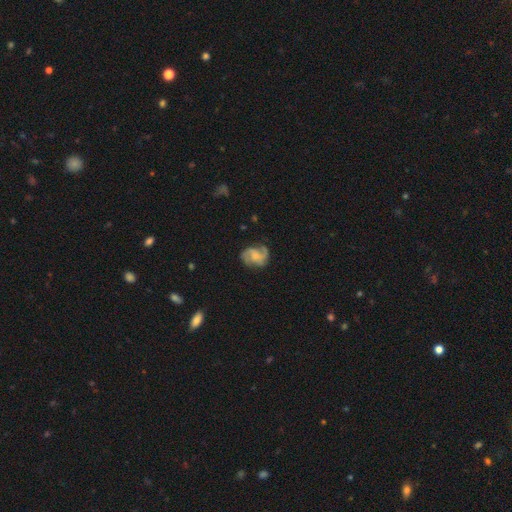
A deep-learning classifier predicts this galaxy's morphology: A featured or disk galaxy (73%) with no bar (56%), 2 (69%) medium (49%) spiral arms (93%) and a small central bulge (40%).

Vote fractions:
- Smooth or featured? featured or disk: 73% / smooth: 20% / star or artifact: 7%
- Edge-on disk? no: 98% / yes: 2%
- Bar? no: 56% / weak: 37% / strong: 7%
- Spiral arms? yes: 93% / no: 7%
- Spiral winding? medium: 49% / loose: 30% / tight: 21%
- Spiral arm count? 2: 69% / 3: 13% / can't tell: 9% / 1: 4% / 4: 2% / more than 4: 2%
- Bulge size? small: 40% / moderate: 31% / none: 22% / large: 5% / dominant: 1%
- Merging? none: 67% / minor disturbance: 21% / major disturbance: 10% / merger: 2%